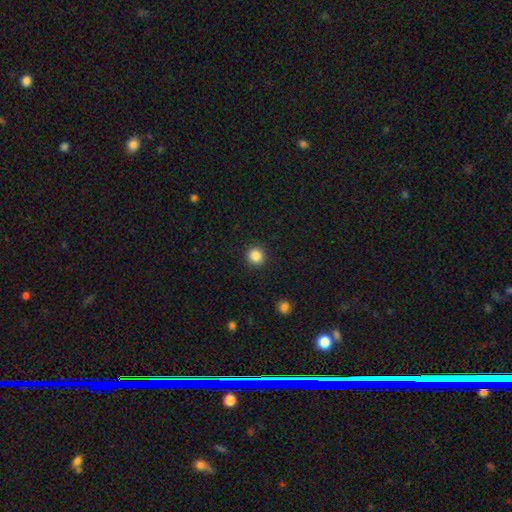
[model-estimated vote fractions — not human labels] A smooth galaxy with no disk features (87%) that is round (92%).

Vote fractions:
- Smooth or featured? smooth: 87% / star or artifact: 10% / featured or disk: 3%
- How rounded? round: 92% / in between: 7% / cigar-shaped: 1%
- Merging? none: 92% / minor disturbance: 5% / major disturbance: 2% / merger: 1%